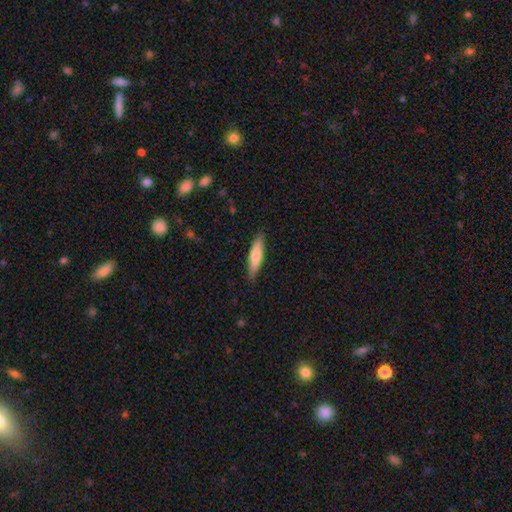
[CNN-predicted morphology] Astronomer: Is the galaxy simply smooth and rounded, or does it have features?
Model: smooth — 71%.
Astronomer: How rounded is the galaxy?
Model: cigar-shaped — 78%.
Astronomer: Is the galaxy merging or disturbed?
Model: none — 87%.